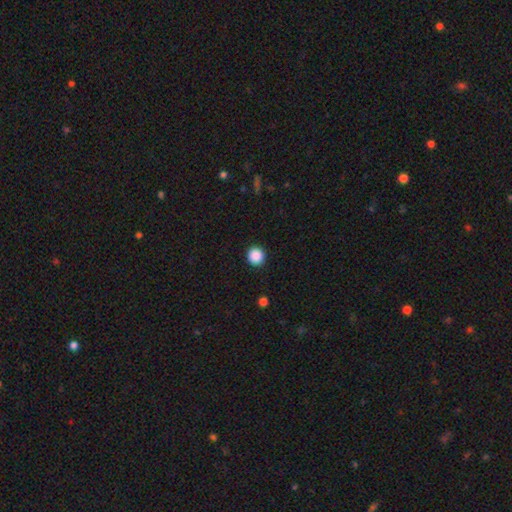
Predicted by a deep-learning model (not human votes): smooth 88%, star or artifact 9%, featured or disk 2%. Down the decision tree: how rounded — round (94%); merging — none (92%).